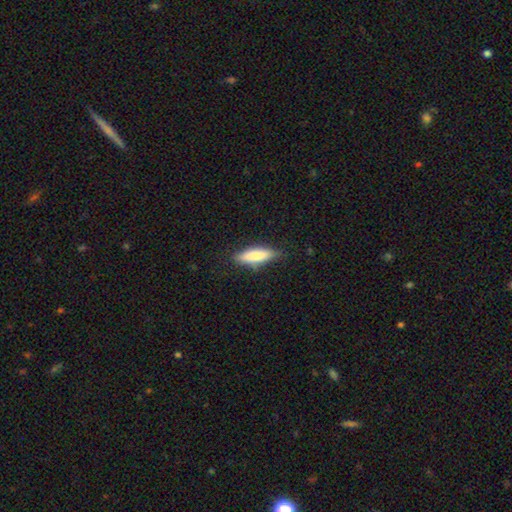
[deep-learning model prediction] smooth 79%, featured or disk 15%, star or artifact 6%. Down the decision tree: how rounded — cigar-shaped (61%); merging — none (80%).